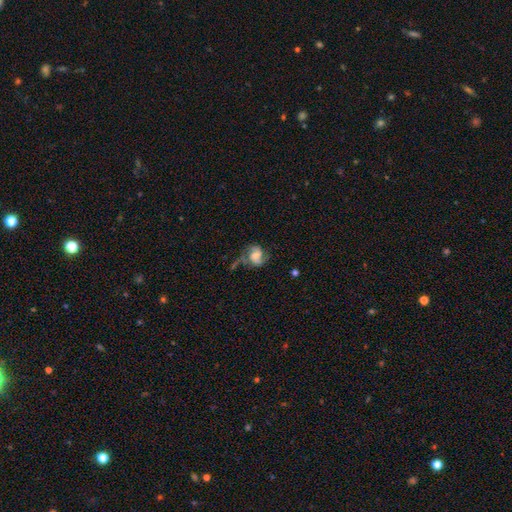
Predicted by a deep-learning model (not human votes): This appears to be a featured or disk galaxy (76%) with no bar (51%), 2 (77%) medium (49%) spiral arms (93%) and a moderate central bulge (48%). Merging: none (52%).